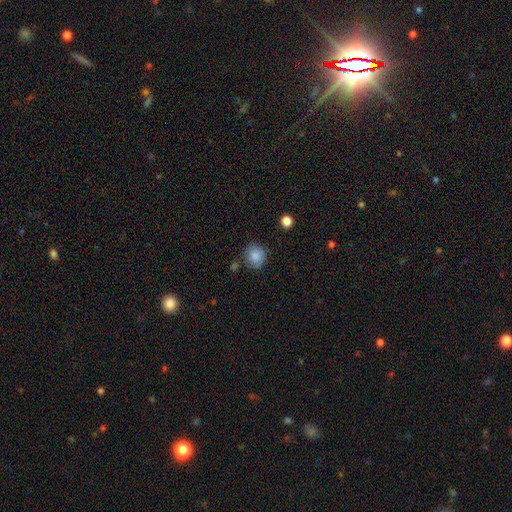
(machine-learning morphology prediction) Q: Smooth or featured?
A: smooth (84%); runner-up: star or artifact (8%)
Q: How rounded?
A: round (85%); runner-up: in between (14%)
Q: Merging?
A: none (79%); runner-up: minor disturbance (14%)